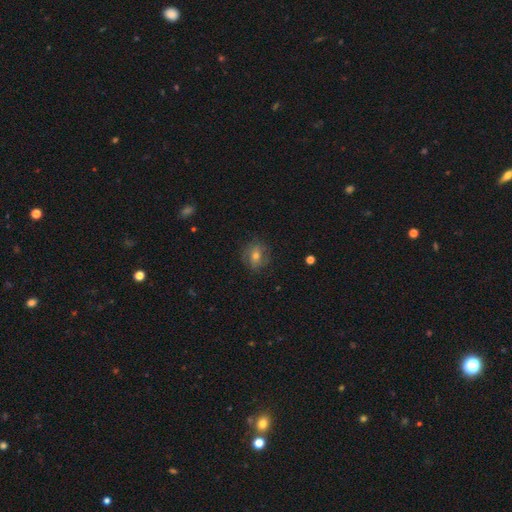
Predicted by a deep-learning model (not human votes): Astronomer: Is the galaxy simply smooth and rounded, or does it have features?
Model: smooth — 44% (runner-up: featured or disk, 40%).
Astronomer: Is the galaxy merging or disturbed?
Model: none — 78%.